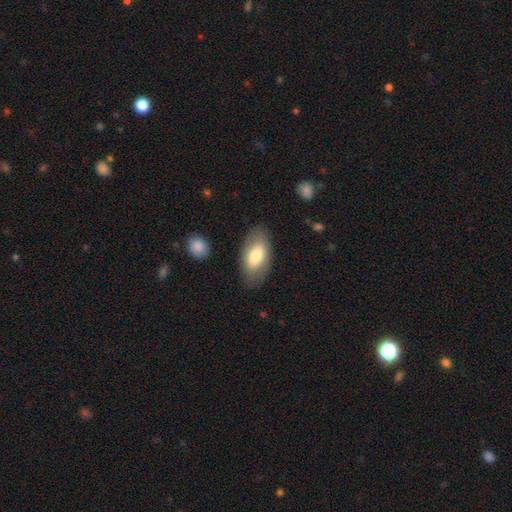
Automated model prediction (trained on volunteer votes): smooth 72%, featured or disk 22%, star or artifact 6%. Down the decision tree: how rounded — in between (94%); merging — none (81%).